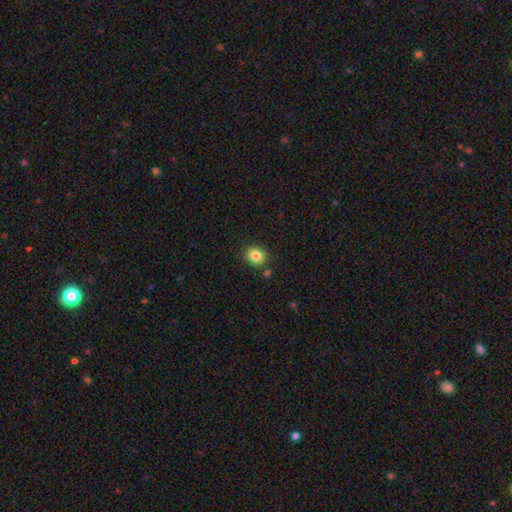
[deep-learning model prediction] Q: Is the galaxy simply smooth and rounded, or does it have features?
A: smooth — 85%.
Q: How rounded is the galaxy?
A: round — 66%.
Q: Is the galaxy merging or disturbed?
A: none — 84%.